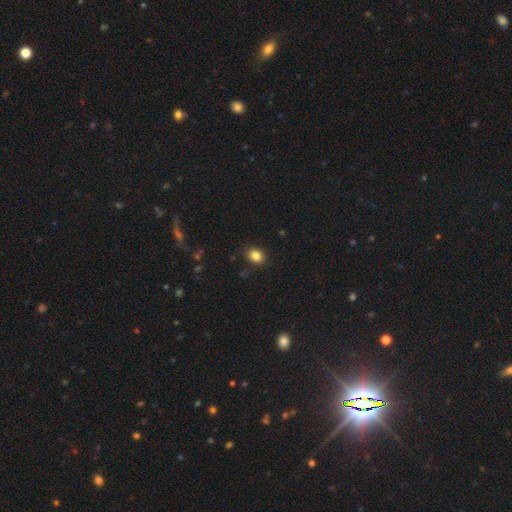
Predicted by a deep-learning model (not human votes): smooth-or-featured: smooth: 84% | star or artifact: 11% | featured or disk: 5%
  how-rounded: round: 55% | in between: 44% | cigar-shaped: 1%
  merging: none: 88% | minor disturbance: 8% | major disturbance: 2% | merger: 1%